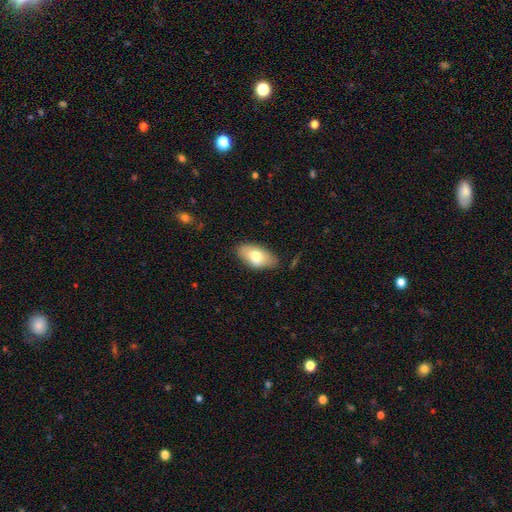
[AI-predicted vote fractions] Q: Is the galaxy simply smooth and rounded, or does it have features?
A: smooth — 74%.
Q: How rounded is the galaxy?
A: in between — 93%.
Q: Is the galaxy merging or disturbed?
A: none — 78%.